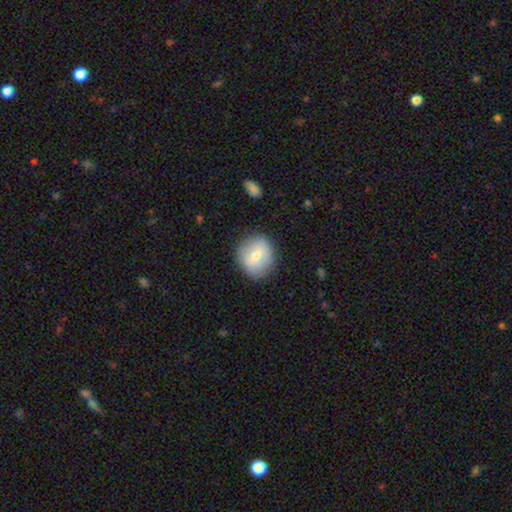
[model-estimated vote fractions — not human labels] A smooth galaxy with no disk features (67%) that is round (82%).

Vote fractions:
- Smooth or featured? smooth: 67% / featured or disk: 25% / star or artifact: 8%
- How rounded? round: 82% / in between: 17% / cigar-shaped: 1%
- Merging? none: 85% / minor disturbance: 11% / major disturbance: 3% / merger: 1%